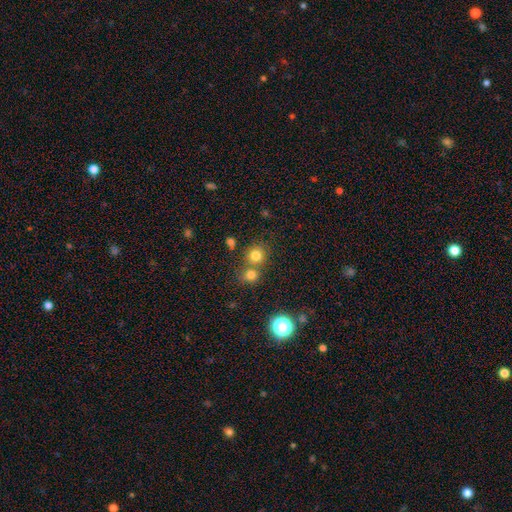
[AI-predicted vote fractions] A smooth galaxy with no disk features (77%) that is round (87%).

Vote fractions:
- Smooth or featured? smooth: 77% / star or artifact: 16% / featured or disk: 7%
- How rounded? round: 87% / in between: 12% / cigar-shaped: 1%
- Merging? none: 60% / merger: 30% / minor disturbance: 7% / major disturbance: 3%